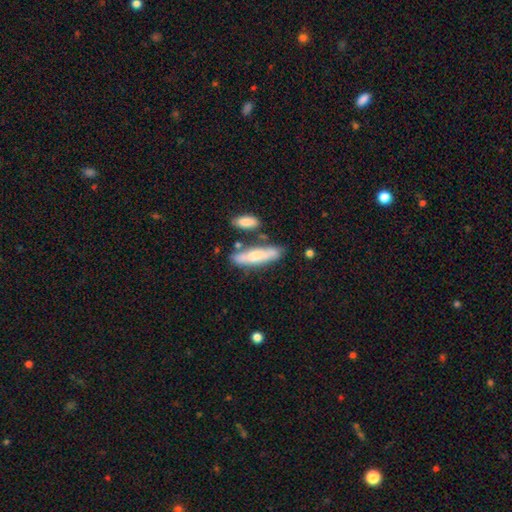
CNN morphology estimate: Smooth or featured? Predicted: smooth (p=0.59). How rounded? Predicted: cigar-shaped (p=0.67). Merging? Predicted: none (p=0.65).